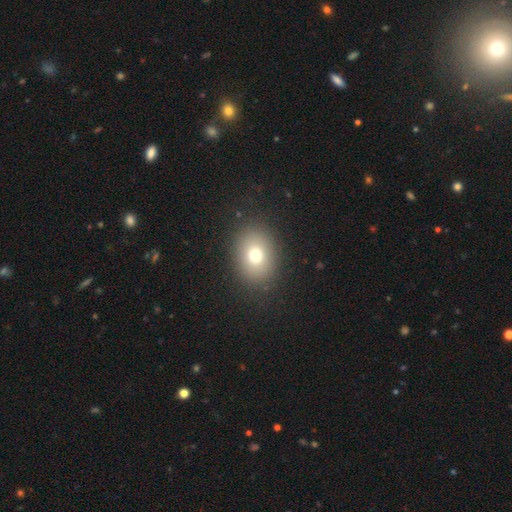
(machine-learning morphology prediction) Smooth or featured: smooth — 75% (featured or disk — 13%)
How rounded: in between — 62% (round — 37%)
Merging: none — 87% (minor disturbance — 9%)